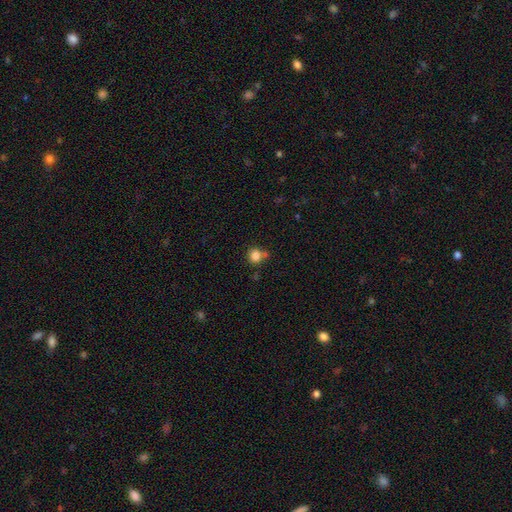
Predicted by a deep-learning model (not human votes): Smooth or featured? Predicted: smooth (p=0.84). How rounded? Predicted: round (p=0.87). Merging? Predicted: none (p=0.67).